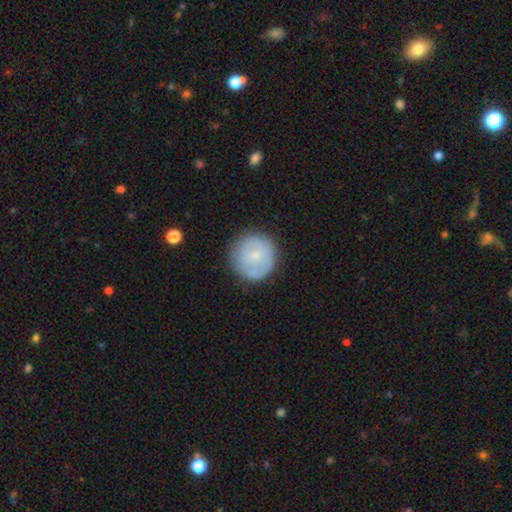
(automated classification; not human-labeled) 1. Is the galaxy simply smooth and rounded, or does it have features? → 65% smooth, 29% featured or disk, 7% star or artifact.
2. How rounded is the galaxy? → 95% round, 4% in between, 1% cigar-shaped.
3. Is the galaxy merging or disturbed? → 80% none, 14% minor disturbance, 4% major disturbance, 2% merger.